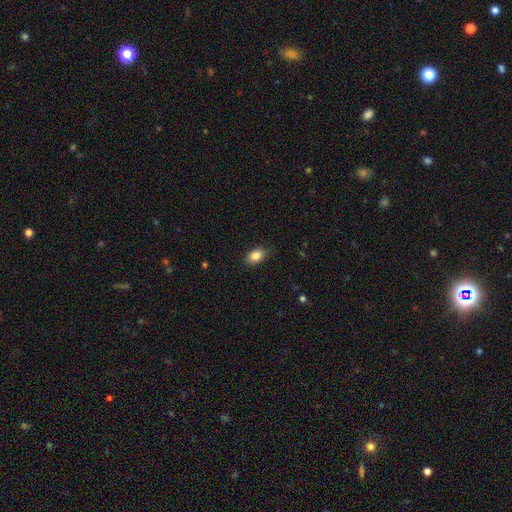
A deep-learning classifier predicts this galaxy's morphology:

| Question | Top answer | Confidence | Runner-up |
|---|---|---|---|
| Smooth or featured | smooth | 85% | star or artifact (8%) |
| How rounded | in between | 84% | round (14%) |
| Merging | none | 88% | minor disturbance (9%) |